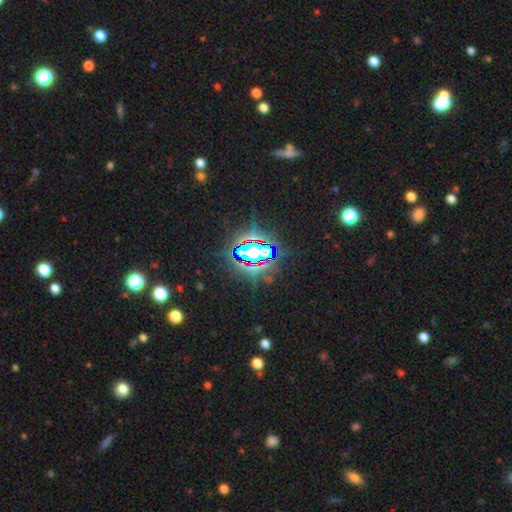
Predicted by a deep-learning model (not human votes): This appears to be a star or artifact, not a galaxy (79%).